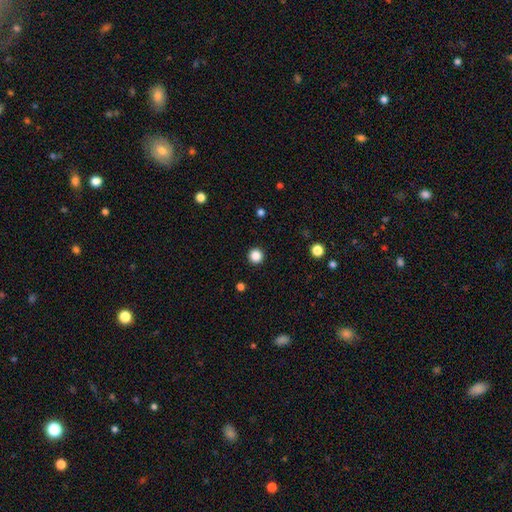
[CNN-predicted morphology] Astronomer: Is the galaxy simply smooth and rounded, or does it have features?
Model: smooth — 86%.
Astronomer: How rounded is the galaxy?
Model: round — 96%.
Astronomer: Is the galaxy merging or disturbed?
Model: none — 93%.